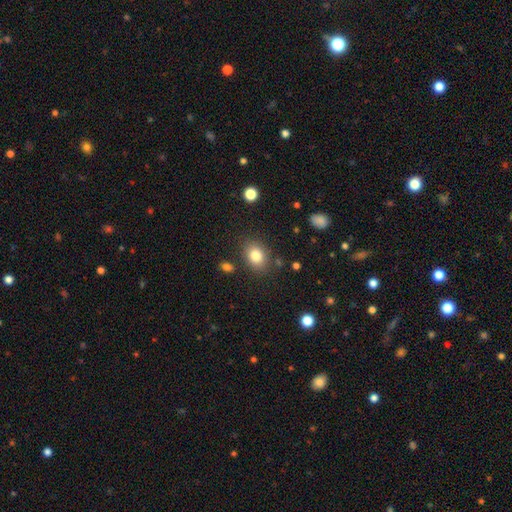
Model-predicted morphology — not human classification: Smooth or featured: smooth — 82% (star or artifact — 10%)
How rounded: in between — 58% (round — 41%)
Merging: none — 82% (minor disturbance — 11%)